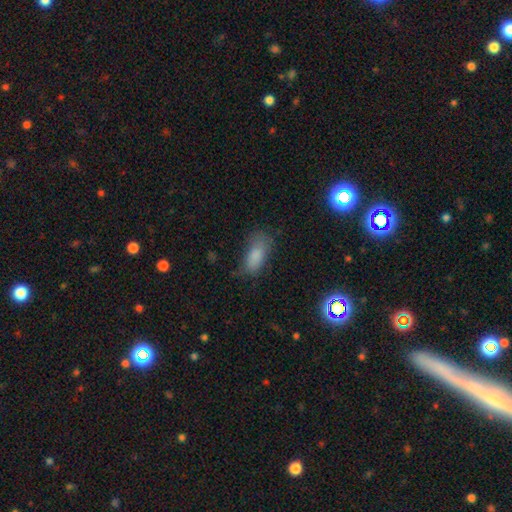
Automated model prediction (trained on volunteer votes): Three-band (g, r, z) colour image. It shows a smooth galaxy with no disk features (79%) that is in between round and cigar-shaped (85%). Merging: none (55%).